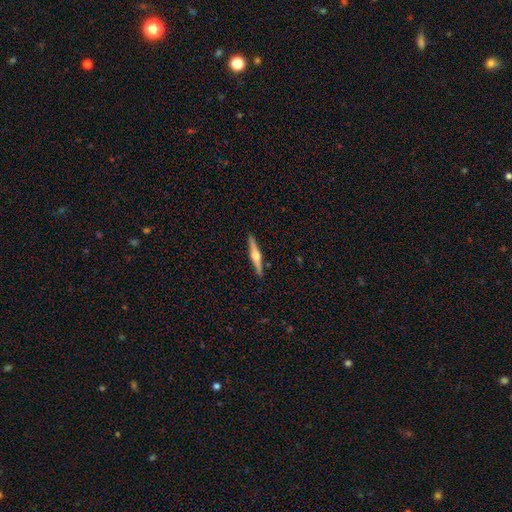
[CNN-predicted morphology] smooth_or_featured: featured or disk (p=0.74) [alt: smooth p=0.21]
disk_edge_on: yes (p=0.98) [alt: no p=0.02]
edge_on_bulge: rounded (p=0.94) [alt: boxy p=0.04]
merging: none (p=0.92) [alt: minor disturbance p=0.06]